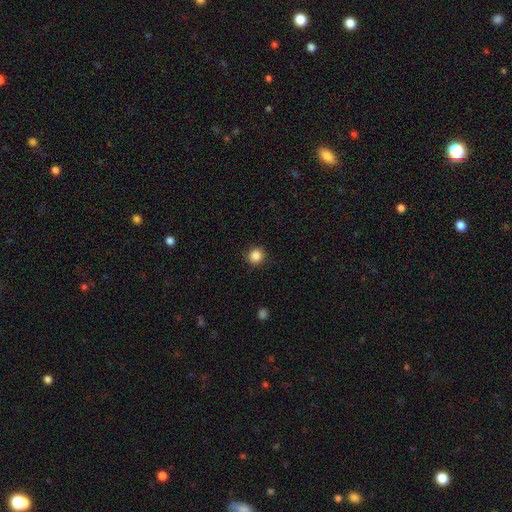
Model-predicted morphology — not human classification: Overall: smooth (87%). How rounded: round (93%). Merging: none (90%).